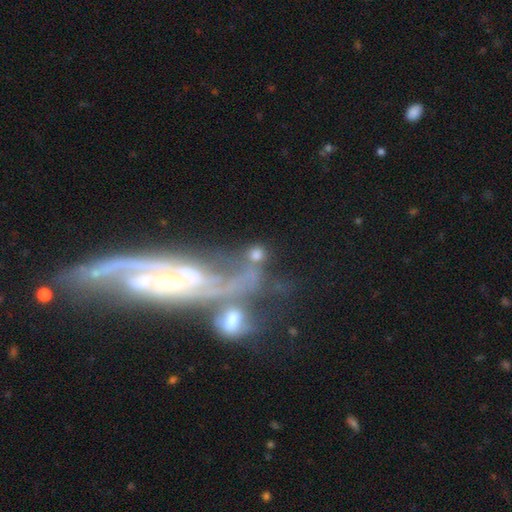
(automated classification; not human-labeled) Q: Smooth or featured?
A: smooth (45%); runner-up: featured or disk (40%)
Q: Merging?
A: merger (39%); runner-up: none (32%)